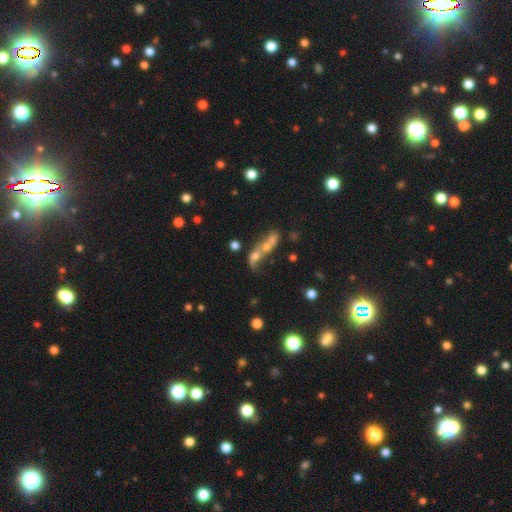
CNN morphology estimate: A smooth galaxy with no disk features (47%).

Vote fractions:
- Smooth or featured? smooth: 47% / featured or disk: 36% / star or artifact: 17%
- Merging? merger: 68% / none: 14% / major disturbance: 11% / minor disturbance: 6%